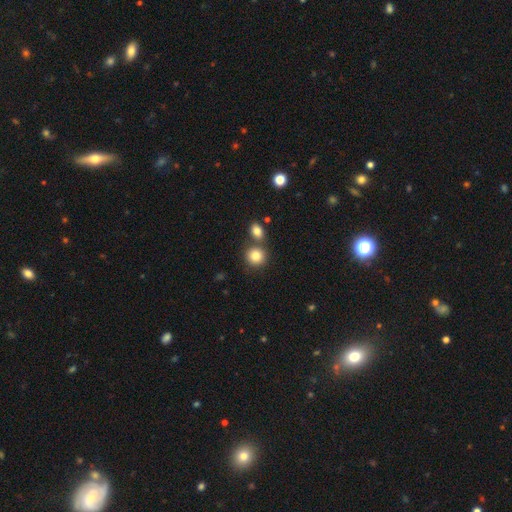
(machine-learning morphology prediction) smooth_or_featured: smooth (p=0.83) [alt: star or artifact p=0.10]
how_rounded: round (p=0.86) [alt: in between p=0.13]
merging: none (p=0.65) [alt: merger p=0.24]